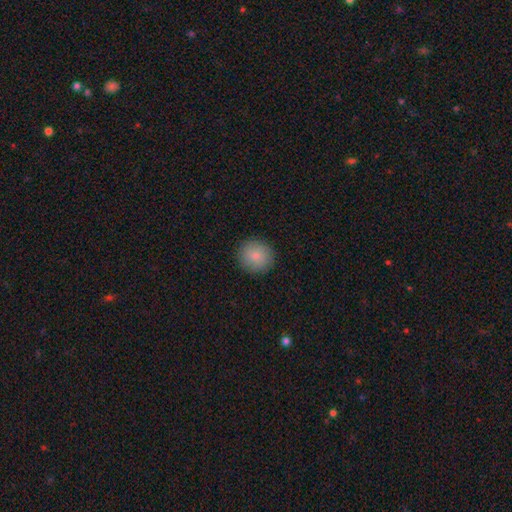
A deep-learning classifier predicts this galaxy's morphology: type=smooth (85%); roundness=round (89%); merging=none (90%).